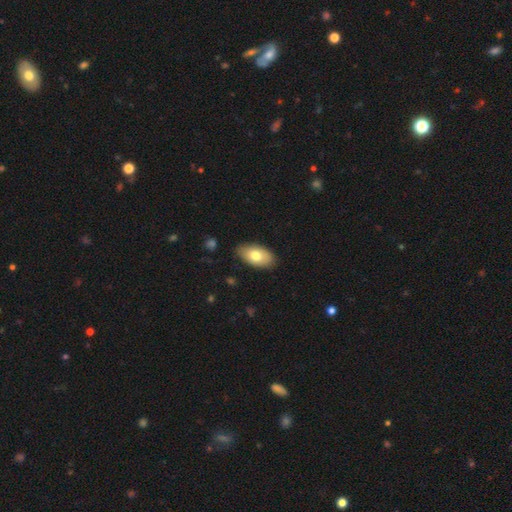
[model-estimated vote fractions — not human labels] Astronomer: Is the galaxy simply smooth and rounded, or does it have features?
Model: smooth — 73%.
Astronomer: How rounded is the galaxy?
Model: in between — 94%.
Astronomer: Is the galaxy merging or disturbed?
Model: none — 85%.